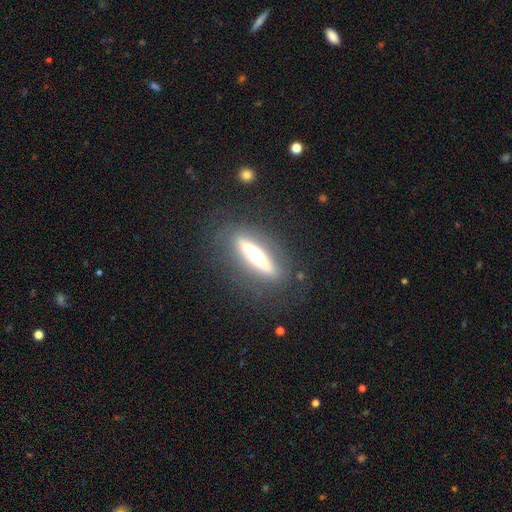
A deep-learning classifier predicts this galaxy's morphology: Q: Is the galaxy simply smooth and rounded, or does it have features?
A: featured or disk — 65%.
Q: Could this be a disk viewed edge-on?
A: yes — 85%.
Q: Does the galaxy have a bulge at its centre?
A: rounded — 78%.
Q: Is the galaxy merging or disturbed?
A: none — 81%.